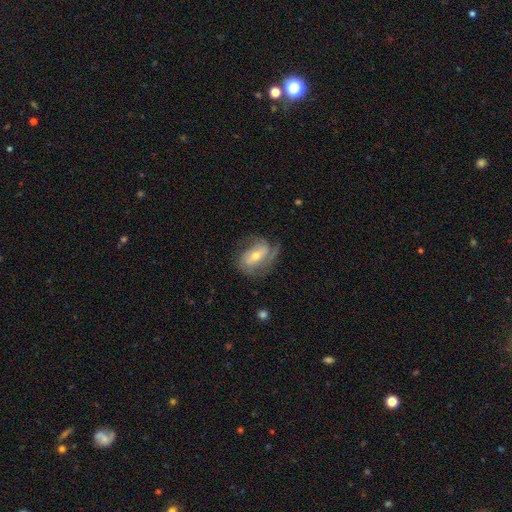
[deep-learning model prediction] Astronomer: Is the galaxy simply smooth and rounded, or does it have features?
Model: featured or disk — 75%.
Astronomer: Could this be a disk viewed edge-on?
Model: no — 96%.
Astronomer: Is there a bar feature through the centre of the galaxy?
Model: weak — 40% (runner-up: no, 38%).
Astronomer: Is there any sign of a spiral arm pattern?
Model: yes — 90%.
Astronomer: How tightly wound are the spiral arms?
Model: medium — 41% (runner-up: tight, 37%).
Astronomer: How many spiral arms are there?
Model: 2 — 41% (runner-up: can't tell, 20%).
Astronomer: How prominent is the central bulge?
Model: moderate — 59% (runner-up: small, 36%).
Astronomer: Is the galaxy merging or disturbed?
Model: none — 58%.